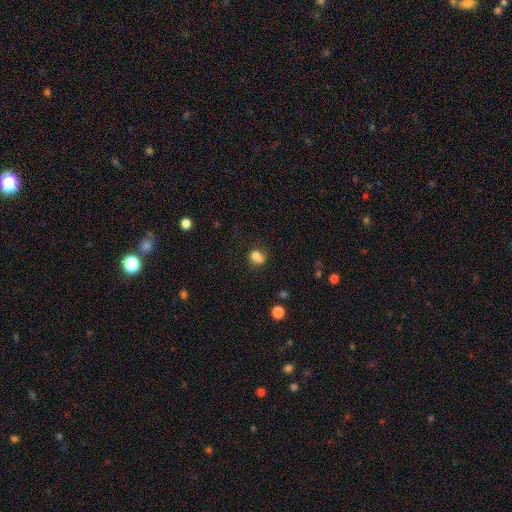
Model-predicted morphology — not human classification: A smooth galaxy with no disk features (75%) that is round (66%).

Vote fractions:
- Smooth or featured? smooth: 75% / featured or disk: 13% / star or artifact: 12%
- How rounded? round: 66% / in between: 33% / cigar-shaped: 1%
- Merging? none: 39% / merger: 36% / minor disturbance: 17% / major disturbance: 8%